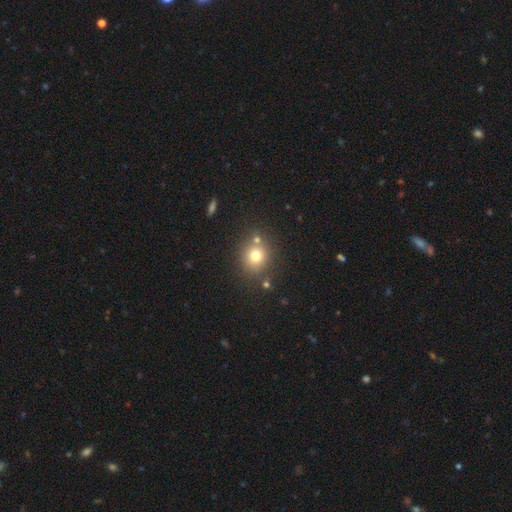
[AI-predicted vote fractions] A smooth galaxy with no disk features (75%) that is round (83%). Merging: none (73%).